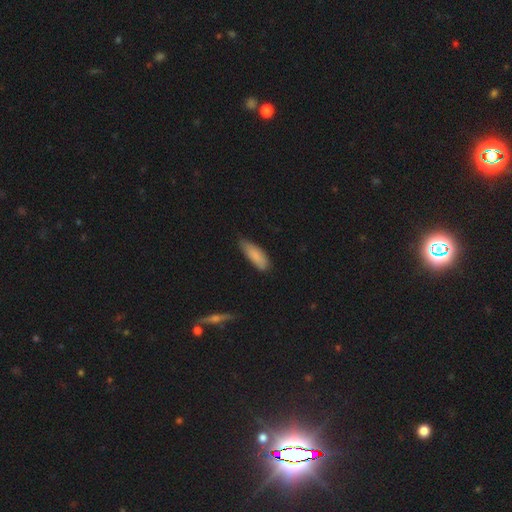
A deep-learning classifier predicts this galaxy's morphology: Smooth or featured? smooth (84%)
How rounded? in between (60%)
Merging? none (66%)